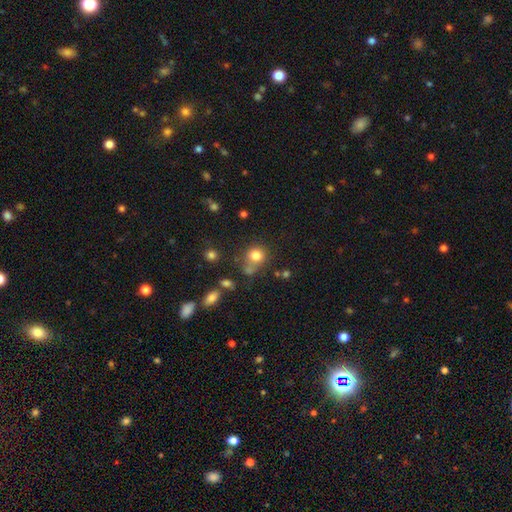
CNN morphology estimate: Smooth or featured: smooth — 80% (star or artifact — 13%)
How rounded: round — 79% (in between — 20%)
Merging: none — 57% (merger — 19%)